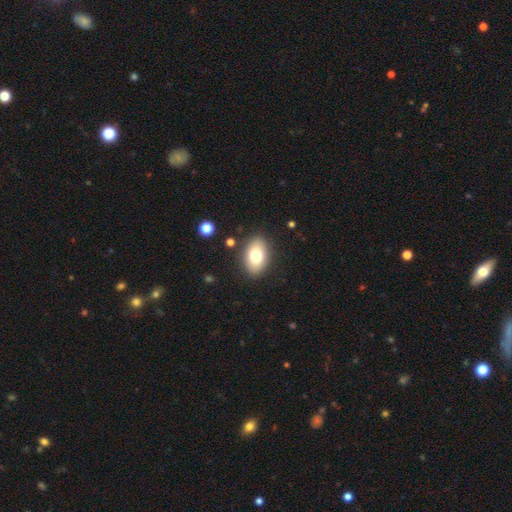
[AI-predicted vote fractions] Smooth or featured? smooth (77%)
How rounded? in between (89%)
Merging? none (86%)